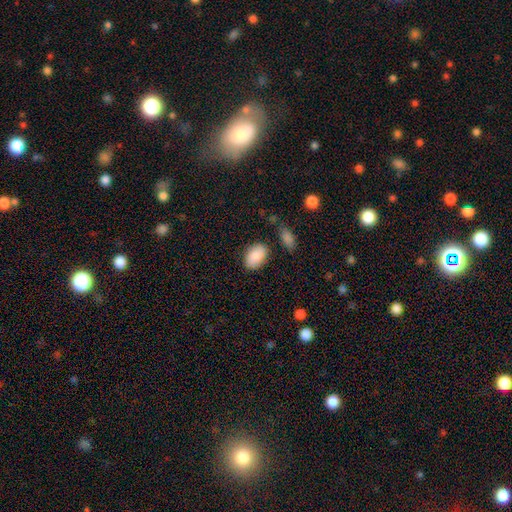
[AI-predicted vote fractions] Smooth or featured? Predicted: smooth (p=0.87). How rounded? Predicted: in between (p=0.88). Merging? Predicted: none (p=0.79).